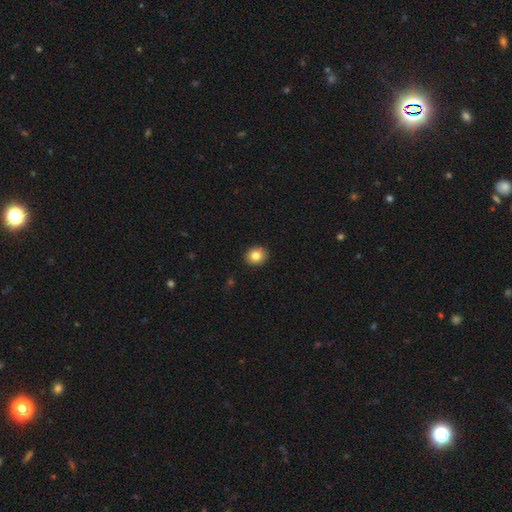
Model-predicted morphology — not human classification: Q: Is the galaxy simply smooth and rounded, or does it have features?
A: smooth — 83%.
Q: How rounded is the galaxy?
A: round — 77%.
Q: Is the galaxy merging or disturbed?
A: none — 90%.